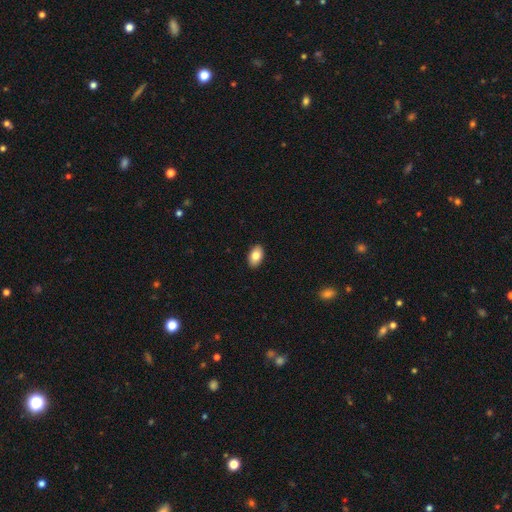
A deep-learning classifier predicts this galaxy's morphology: type=smooth (83%); roundness=in between (92%); merging=none (90%).